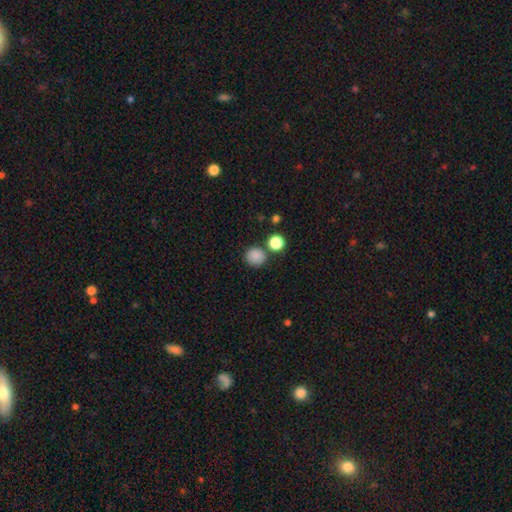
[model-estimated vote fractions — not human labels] smooth-or-featured: smooth: 85% | star or artifact: 11% | featured or disk: 4%
  how-rounded: round: 89% | in between: 10% | cigar-shaped: 1%
  merging: none: 77% | merger: 10% | minor disturbance: 10% | major disturbance: 3%